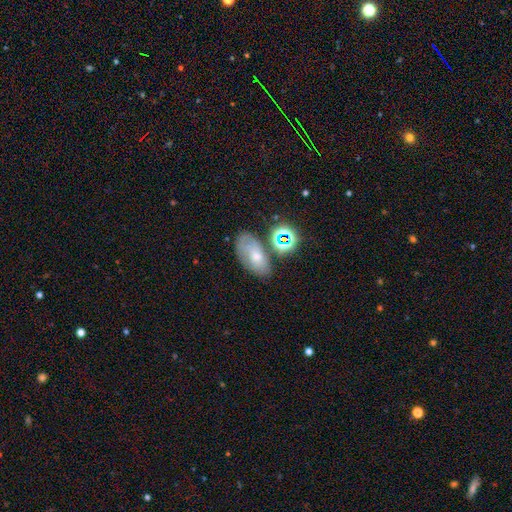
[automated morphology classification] Overall: smooth (56%; featured or disk 27%). How rounded: in between (87%). Merging: none (58%; minor disturbance 20%).